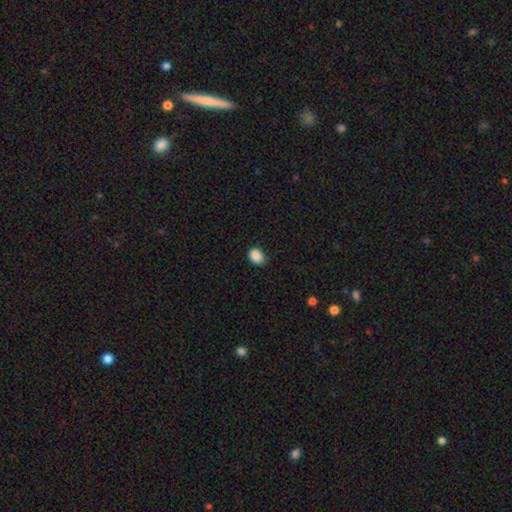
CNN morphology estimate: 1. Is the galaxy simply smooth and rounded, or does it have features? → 89% smooth, 9% star or artifact, 3% featured or disk.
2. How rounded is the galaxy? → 63% in between, 36% round, 1% cigar-shaped.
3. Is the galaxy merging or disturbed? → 83% none, 14% minor disturbance, 2% major disturbance, 1% merger.